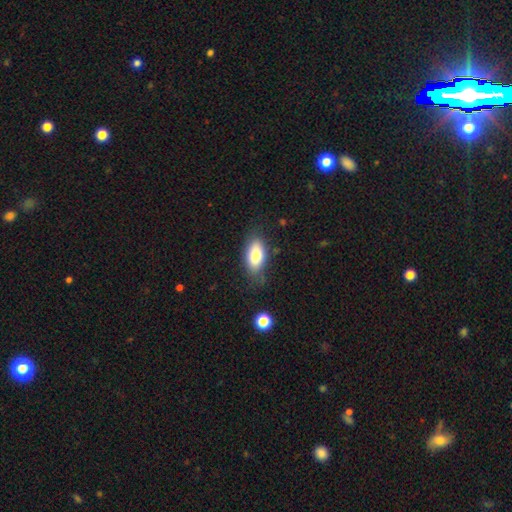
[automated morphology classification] Smooth or featured: smooth — 81% (featured or disk — 12%)
How rounded: in between — 90% (cigar-shaped — 6%)
Merging: none — 73% (minor disturbance — 19%)